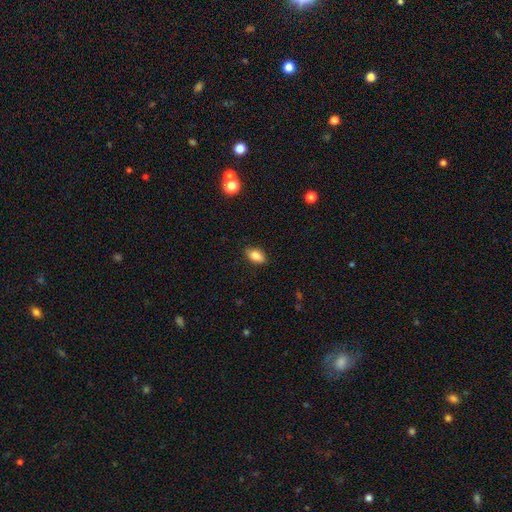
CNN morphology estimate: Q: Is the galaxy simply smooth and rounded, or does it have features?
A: smooth — 83%.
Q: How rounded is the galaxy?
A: in between — 88%.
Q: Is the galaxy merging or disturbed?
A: none — 86%.